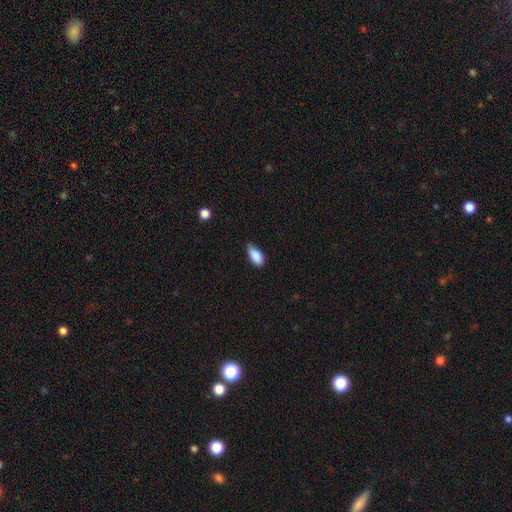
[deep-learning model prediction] smooth_or_featured: smooth (p=0.86) [alt: star or artifact p=0.07]
how_rounded: in between (p=0.91) [alt: cigar-shaped p=0.05]
merging: none (p=0.60) [alt: minor disturbance p=0.34]